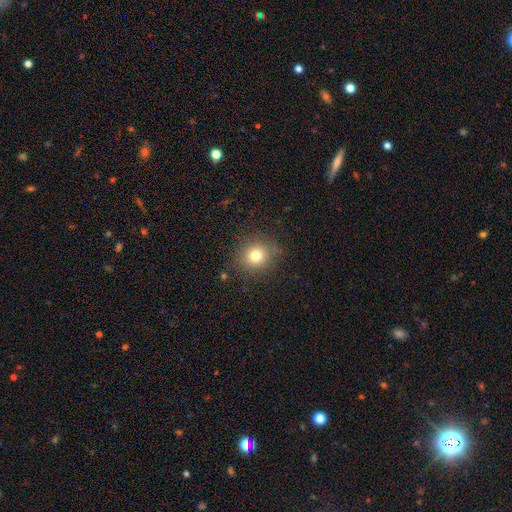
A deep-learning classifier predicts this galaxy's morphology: Smooth or featured: smooth — 76% (star or artifact — 15%)
How rounded: round — 89% (in between — 10%)
Merging: none — 86% (minor disturbance — 9%)